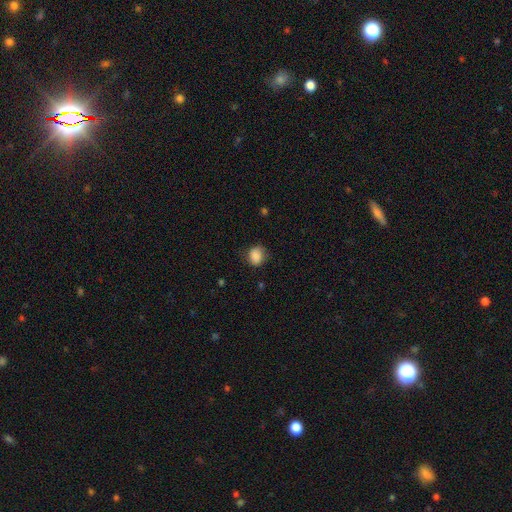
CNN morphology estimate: Q: Smooth or featured?
A: smooth (86%); runner-up: star or artifact (9%)
Q: How rounded?
A: round (62%); runner-up: in between (37%)
Q: Merging?
A: none (73%); runner-up: minor disturbance (20%)